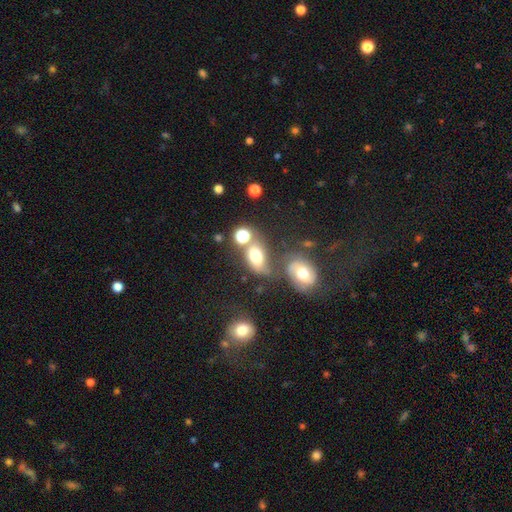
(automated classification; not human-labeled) Smooth or featured: smooth — 63% (featured or disk — 22%)
How rounded: in between — 79% (round — 18%)
Merging: none — 38% (merger — 32%)